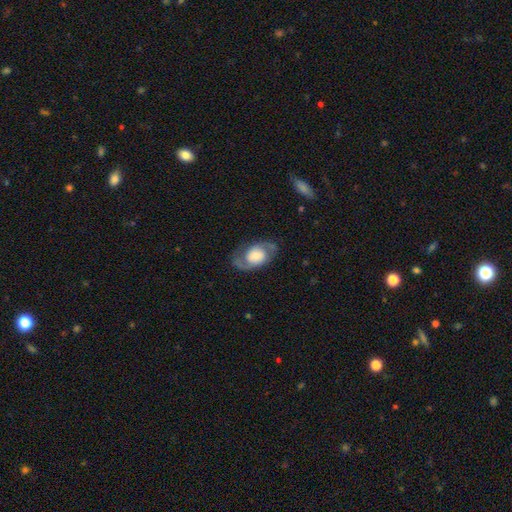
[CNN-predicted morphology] Smooth or featured: featured or disk — 67% (smooth — 27%)
Edge-on disk: no — 96% (yes — 4%)
Bar: no — 68% (weak — 25%)
Spiral arms: yes — 85% (no — 15%)
Spiral winding: medium — 49% (loose — 26%)
Spiral arm count: 2 — 86% (can't tell — 6%)
Bulge size: large — 33% (moderate — 27%)
Merging: none — 71% (minor disturbance — 17%)